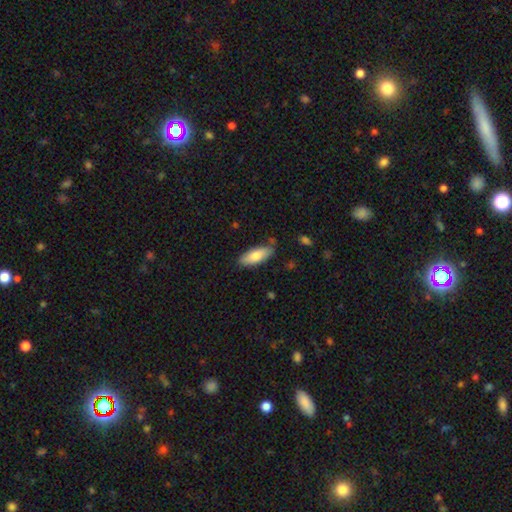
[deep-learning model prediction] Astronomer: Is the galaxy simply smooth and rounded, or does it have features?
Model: smooth — 78%.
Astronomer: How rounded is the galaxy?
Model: in between — 71%.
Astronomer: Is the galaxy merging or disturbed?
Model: none — 82%.